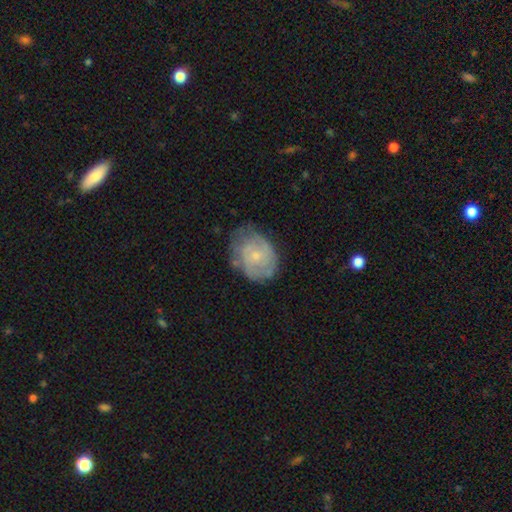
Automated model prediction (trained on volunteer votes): Smooth or featured?
  - featured or disk: 69% *
  - smooth: 25%
  - star or artifact: 6%
Edge-on disk?
  - no: 97% *
  - yes: 3%
Bar?
  - no: 75% *
  - weak: 22%
  - strong: 3%
Spiral arms?
  - yes: 82% *
  - no: 18%
Spiral winding?
  - tight: 61% *
  - medium: 30%
  - loose: 9%
Spiral arm count?
  - can't tell: 43% *
  - 2: 33%
  - 3: 12%
  - 1: 5%
  - 4: 4%
  - more than 4: 3%
Bulge size?
  - small: 68% *
  - moderate: 27%
  - none: 4%
  - large: 1%
  - dominant: 1%
Merging?
  - none: 59% *
  - minor disturbance: 29%
  - major disturbance: 10%
  - merger: 2%